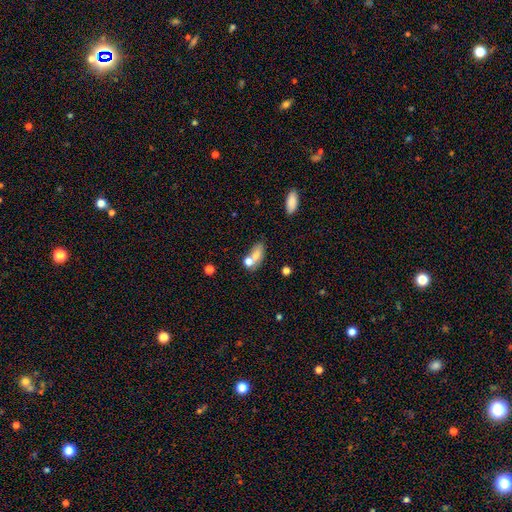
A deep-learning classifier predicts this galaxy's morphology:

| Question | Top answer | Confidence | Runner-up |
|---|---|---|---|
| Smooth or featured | smooth | 69% | featured or disk (20%) |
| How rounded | in between | 78% | round (15%) |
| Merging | merger | 47% | none (34%) |